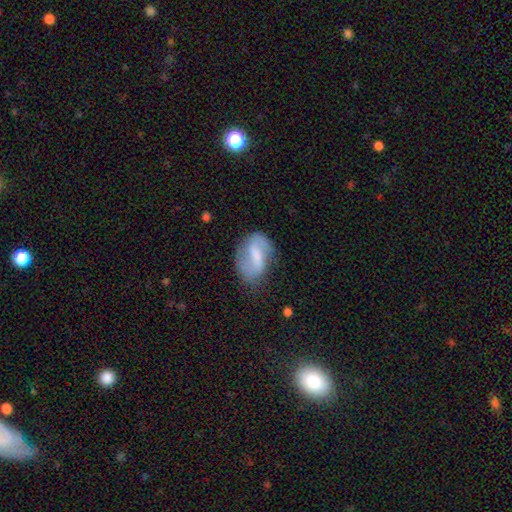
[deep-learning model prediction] Smooth or featured?
  - featured or disk: 59% *
  - smooth: 33%
  - star or artifact: 8%
Edge-on disk?
  - no: 96% *
  - yes: 4%
Bar?
  - weak: 45% *
  - strong: 38%
  - no: 16%
Spiral arms?
  - yes: 77% *
  - no: 23%
Bulge size?
  - small: 41% *
  - moderate: 28%
  - none: 25%
  - large: 5%
  - dominant: 1%
Merging?
  - none: 61% *
  - minor disturbance: 26%
  - major disturbance: 11%
  - merger: 2%